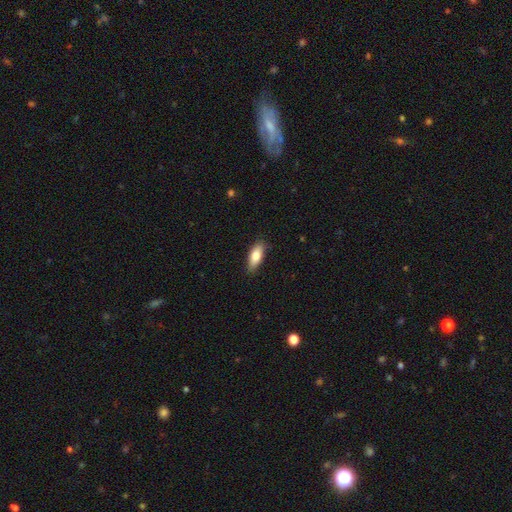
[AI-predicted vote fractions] smooth-or-featured: smooth: 79% | featured or disk: 14% | star or artifact: 7%
  how-rounded: in between: 75% | cigar-shaped: 22% | round: 3%
  merging: none: 81% | minor disturbance: 15% | major disturbance: 3% | merger: 1%